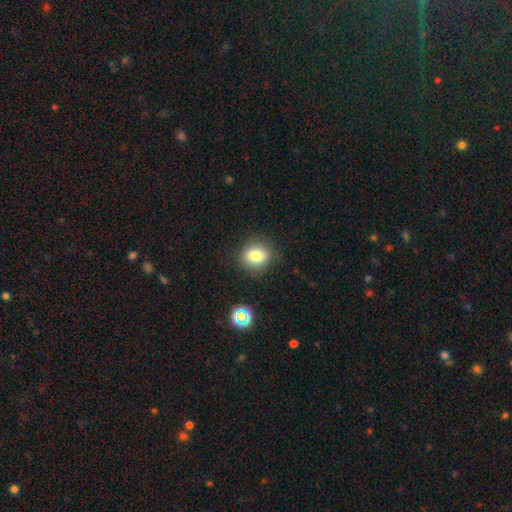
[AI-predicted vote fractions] Q: Smooth or featured?
A: smooth (79%); runner-up: star or artifact (13%)
Q: How rounded?
A: round (68%); runner-up: in between (31%)
Q: Merging?
A: none (85%); runner-up: minor disturbance (10%)